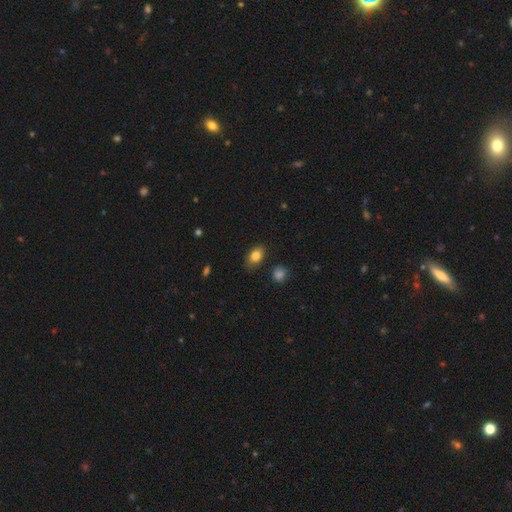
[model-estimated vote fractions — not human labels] Q: Smooth or featured?
A: smooth (83%); runner-up: star or artifact (9%)
Q: How rounded?
A: in between (81%); runner-up: round (17%)
Q: Merging?
A: none (81%); runner-up: minor disturbance (14%)